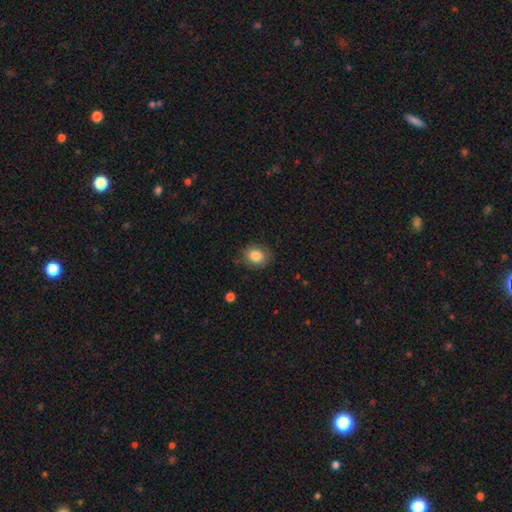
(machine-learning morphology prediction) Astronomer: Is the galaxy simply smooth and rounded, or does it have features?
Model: smooth — 84%.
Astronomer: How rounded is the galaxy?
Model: round — 56% (runner-up: in between, 43%).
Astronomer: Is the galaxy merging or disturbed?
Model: none — 79%.